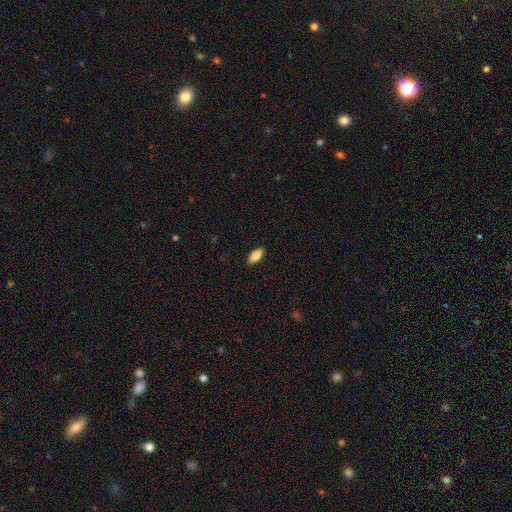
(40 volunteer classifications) Smooth or featured? 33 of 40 (82%) said smooth. How rounded? 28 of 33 (85%) said in between. Merging? 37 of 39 (95%) said none.